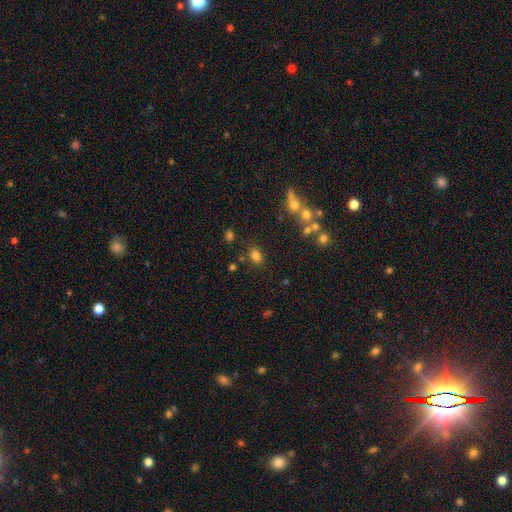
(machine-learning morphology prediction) Q: Smooth or featured?
A: smooth (77%); runner-up: star or artifact (15%)
Q: How rounded?
A: in between (73%); runner-up: round (25%)
Q: Merging?
A: none (77%); runner-up: minor disturbance (11%)